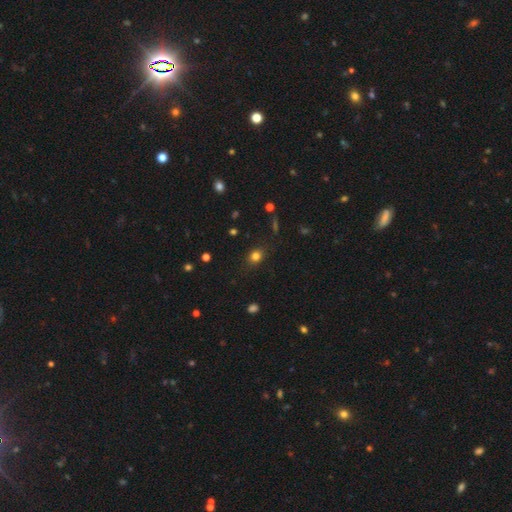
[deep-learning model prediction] This appears to be a smooth galaxy with no disk features (80%) that is round (60%). Merging: none (84%).